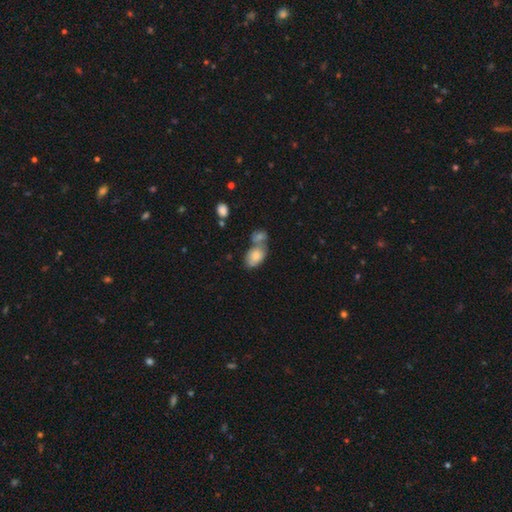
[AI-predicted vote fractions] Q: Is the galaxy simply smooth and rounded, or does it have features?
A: smooth — 80%.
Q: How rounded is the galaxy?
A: in between — 88%.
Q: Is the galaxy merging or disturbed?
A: merger — 50%.